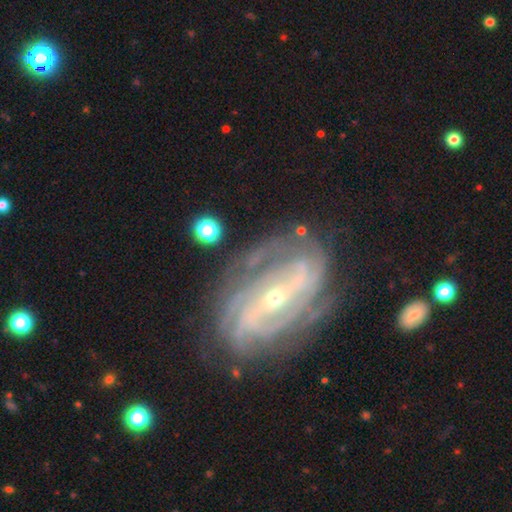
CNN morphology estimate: type=featured or disk (90%); edge-on=no (95%); bar=strong (50%); spiral arms=yes (97%); winding=tight (65%); arm count=can't tell (24%); bulge=small (71%); merging=none (74%).